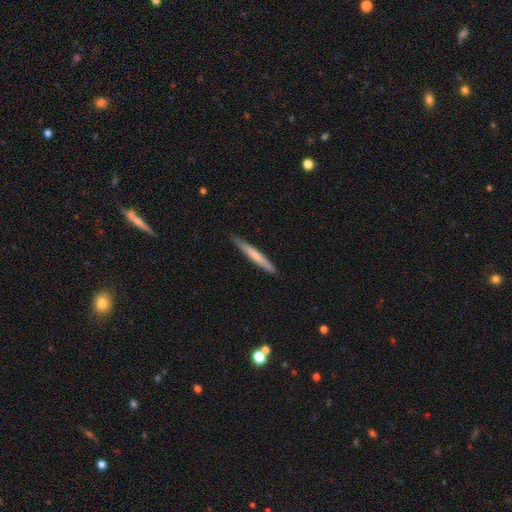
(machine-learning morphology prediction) smooth_or_featured: smooth (p=0.60) [alt: featured or disk p=0.35]
how_rounded: cigar-shaped (p=0.96) [alt: in between p=0.03]
merging: none (p=0.86) [alt: minor disturbance p=0.11]